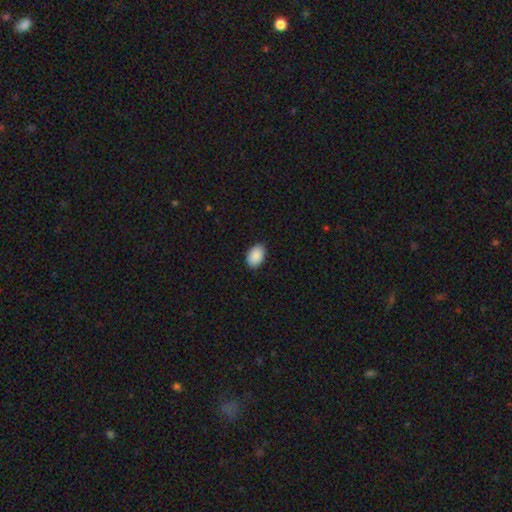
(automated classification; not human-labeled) This appears to be a smooth galaxy with no disk features (90%) that is in between round and cigar-shaped (88%). Merging: none (88%).